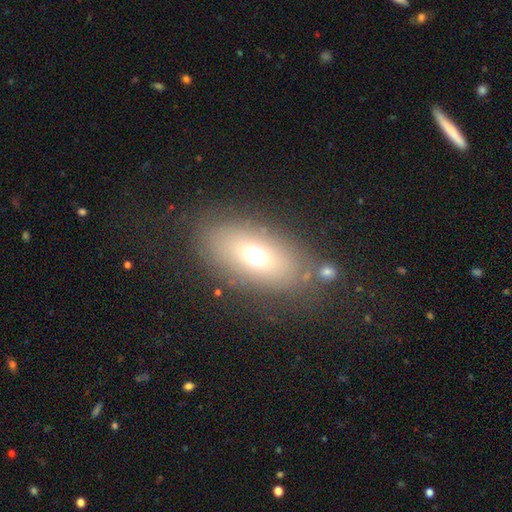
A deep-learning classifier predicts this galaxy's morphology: Smooth or featured? Predicted: smooth (p=0.63). How rounded? Predicted: in between (p=0.80). Merging? Predicted: none (p=0.77).